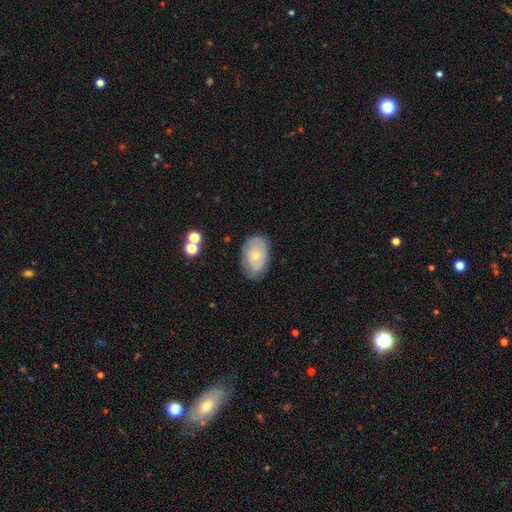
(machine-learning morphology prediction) type=featured or disk (47%); merging=none (74%).